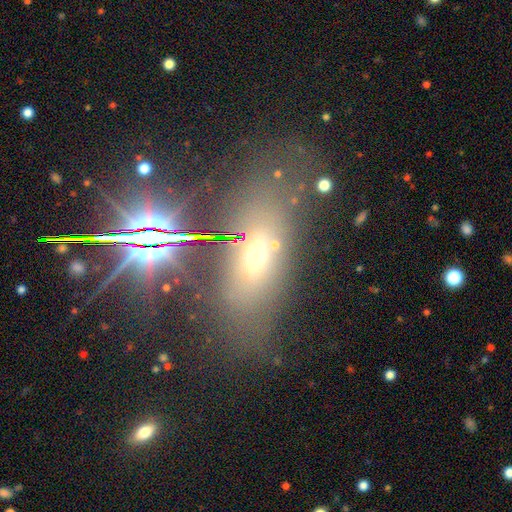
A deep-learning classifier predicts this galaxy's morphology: Smooth or featured? Predicted: smooth (p=0.39). Merging? Predicted: none (p=0.68).